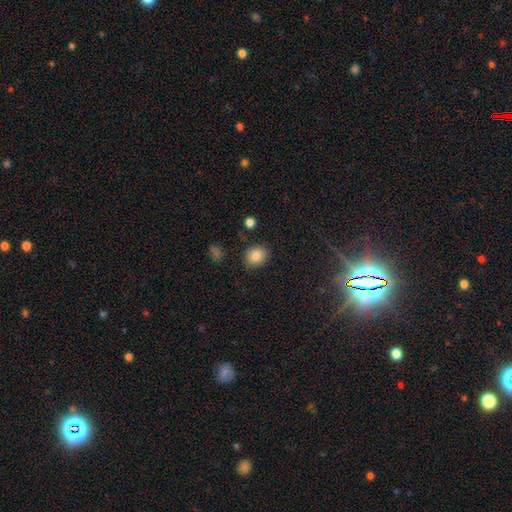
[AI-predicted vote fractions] Smooth or featured? Predicted: smooth (p=0.84). How rounded? Predicted: round (p=0.68). Merging? Predicted: none (p=0.85).